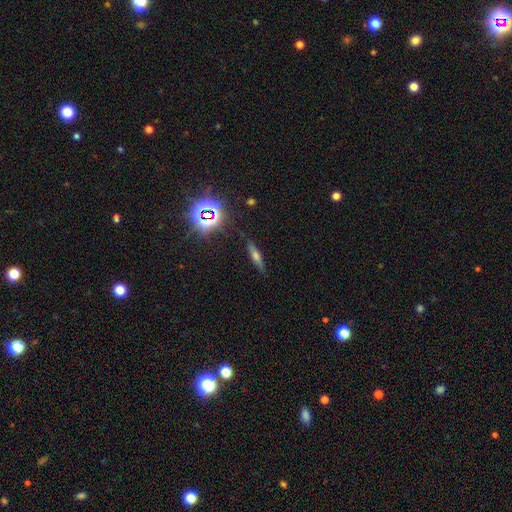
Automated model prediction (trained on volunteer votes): Morphology: type=smooth (41%); merging=none (85%).